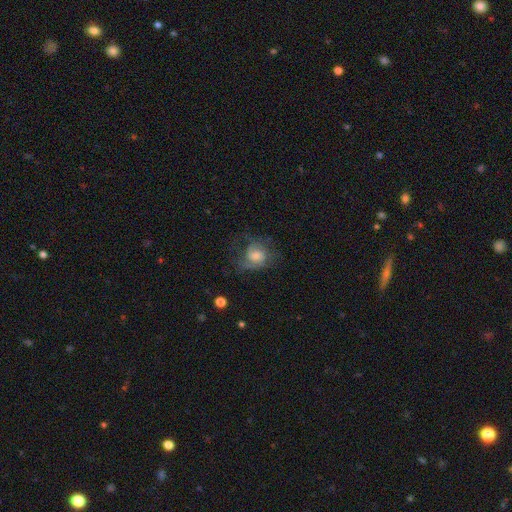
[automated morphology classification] smooth-or-featured: featured or disk: 59% | smooth: 30% | star or artifact: 11%
  disk-edge-on: no: 97% | yes: 3%
    bar: no: 66% | weak: 30% | strong: 5%
    has-spiral-arms: yes: 84% | no: 16%
    bulge-size: moderate: 47% | small: 26% | large: 17% | none: 8% | dominant: 2%
  merging: none: 54% | major disturbance: 23% | minor disturbance: 22% | merger: 2%